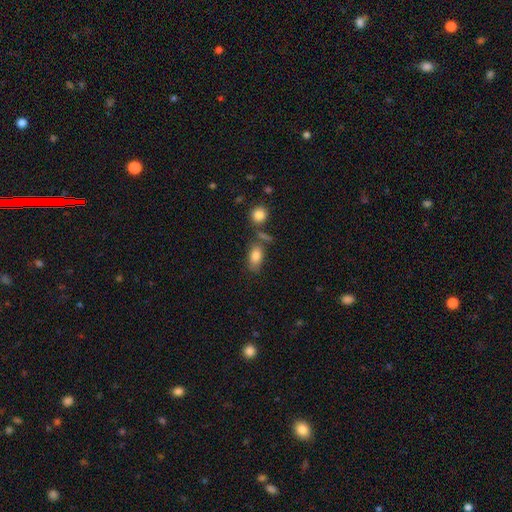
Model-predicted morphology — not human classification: smooth_or_featured: smooth (p=0.83) [alt: featured or disk p=0.09]
how_rounded: in between (p=0.88) [alt: round p=0.08]
merging: none (p=0.61) [alt: minor disturbance p=0.18]